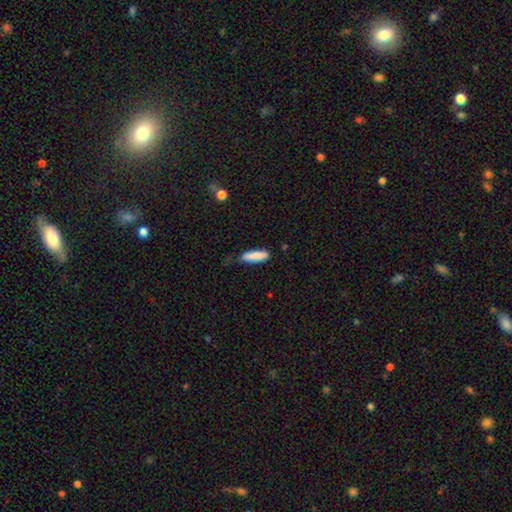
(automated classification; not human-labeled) Smooth or featured?
  - smooth: 86% *
  - featured or disk: 8%
  - star or artifact: 6%
How rounded?
  - cigar-shaped: 66% *
  - in between: 32%
  - round: 2%
Merging?
  - none: 72% *
  - minor disturbance: 23%
  - major disturbance: 4%
  - merger: 2%